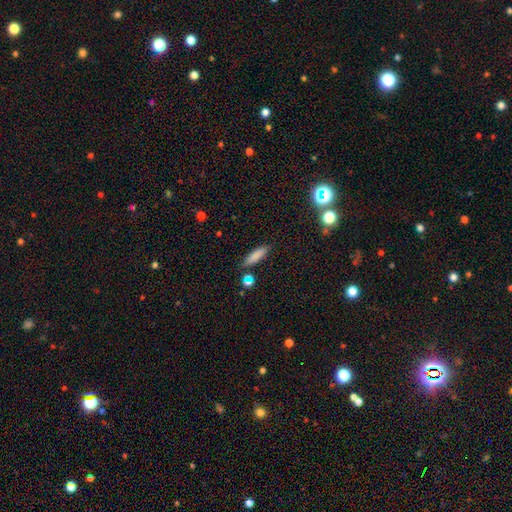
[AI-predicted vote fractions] This appears to be a smooth galaxy with no disk features (81%) that is cigar-shaped (66%). Merging: none (78%).